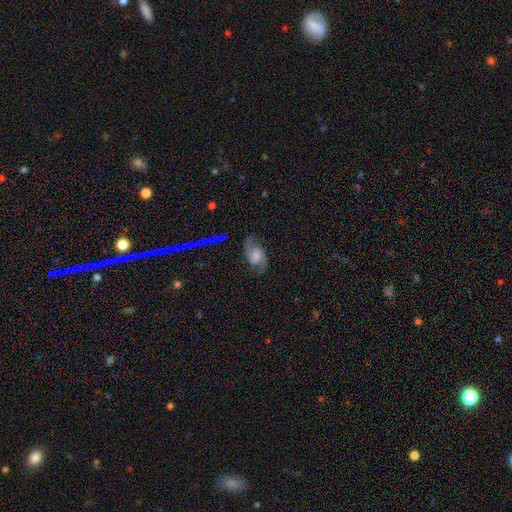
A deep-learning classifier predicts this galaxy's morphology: A featured or disk galaxy (73%) with a weak bar (46%), 2 (88%) medium (48%) spiral arms (94%) and a moderate central bulge (34%). Merging: none (72%).